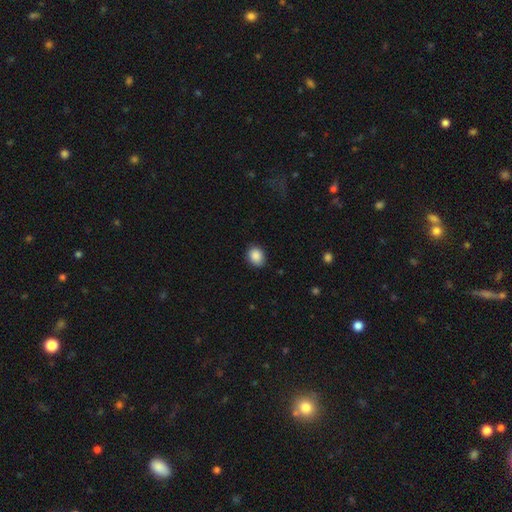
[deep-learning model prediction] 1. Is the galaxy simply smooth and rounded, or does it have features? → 88% smooth, 8% star or artifact, 4% featured or disk.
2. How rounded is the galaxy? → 51% round, 48% in between, 1% cigar-shaped.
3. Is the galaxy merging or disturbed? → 84% none, 13% minor disturbance, 2% major disturbance, 1% merger.